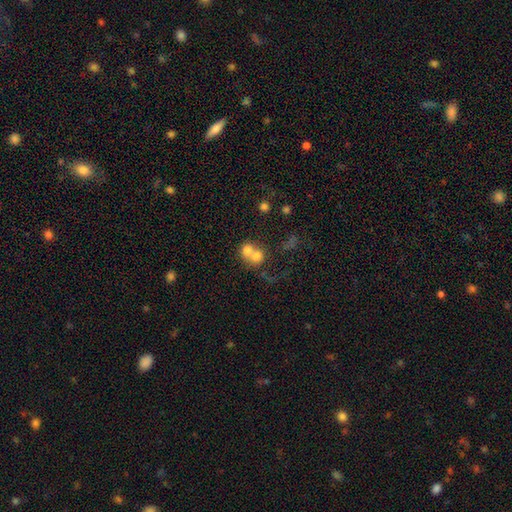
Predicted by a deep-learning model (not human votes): Overall: smooth (69%). How rounded: round (76%). Merging: merger (69%).